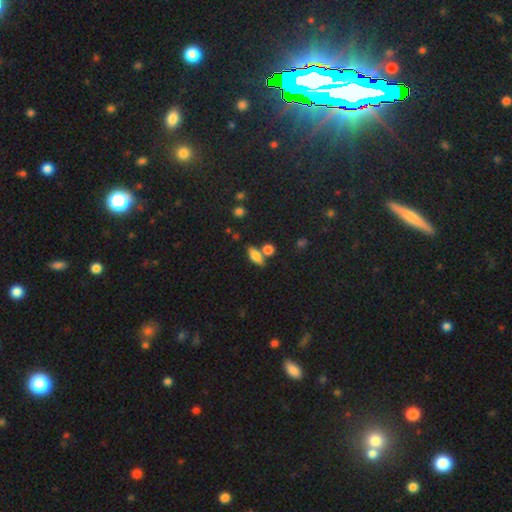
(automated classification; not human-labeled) smooth 75%, featured or disk 15%, star or artifact 10%. Down the decision tree: how rounded — in between (69%); merging — none (65%).